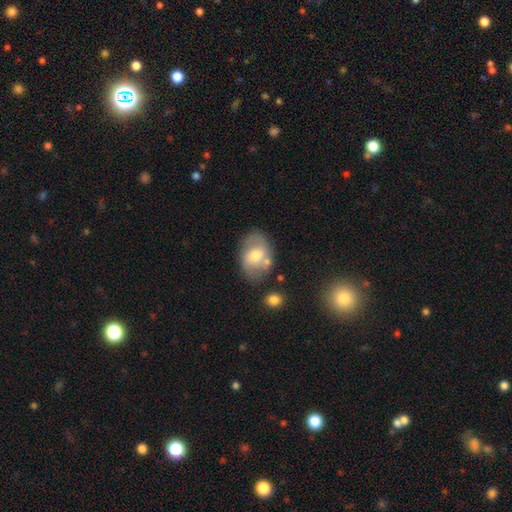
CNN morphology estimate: featured or disk 48%, smooth 45%, star or artifact 7%. Down the decision tree: merging — none (66%).